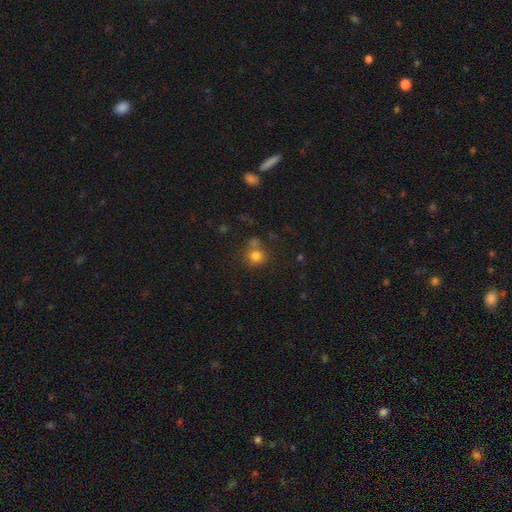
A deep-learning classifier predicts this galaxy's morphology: smooth_or_featured: smooth (p=0.78) [alt: star or artifact p=0.14]
how_rounded: round (p=0.86) [alt: in between p=0.13]
merging: none (p=0.61) [alt: merger p=0.21]